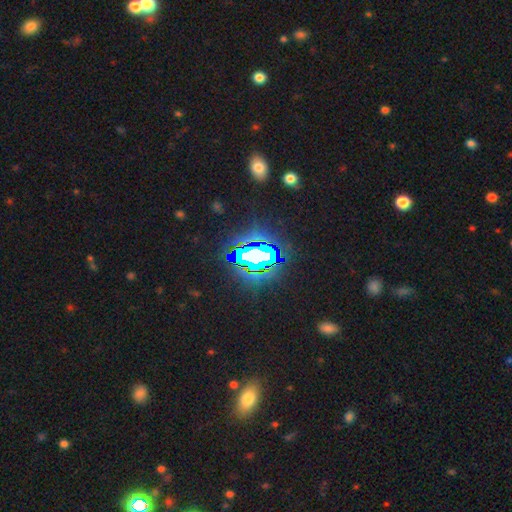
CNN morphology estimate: This is likely a star or artifact rather than a galaxy (70%).